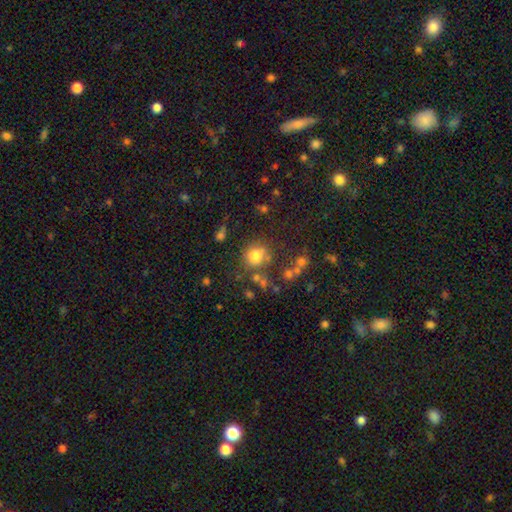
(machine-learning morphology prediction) Smooth or featured?
  - smooth: 74% *
  - star or artifact: 16%
  - featured or disk: 10%
How rounded?
  - round: 82% *
  - in between: 17%
  - cigar-shaped: 1%
Merging?
  - none: 64% *
  - minor disturbance: 15%
  - merger: 14%
  - major disturbance: 7%